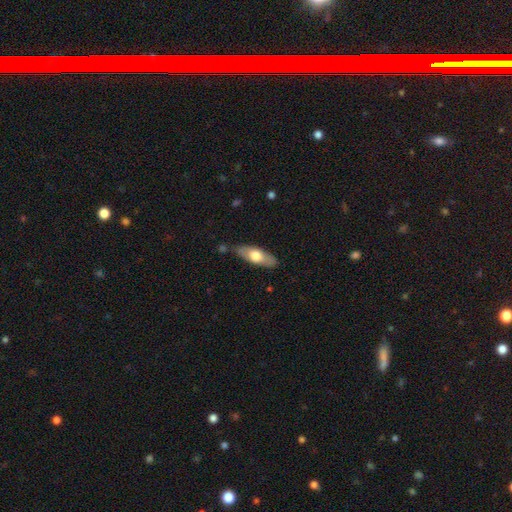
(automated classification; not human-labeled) This is possibly a smooth galaxy (59%). How rounded: likely in between (66%). Merging: clearly none (80%).